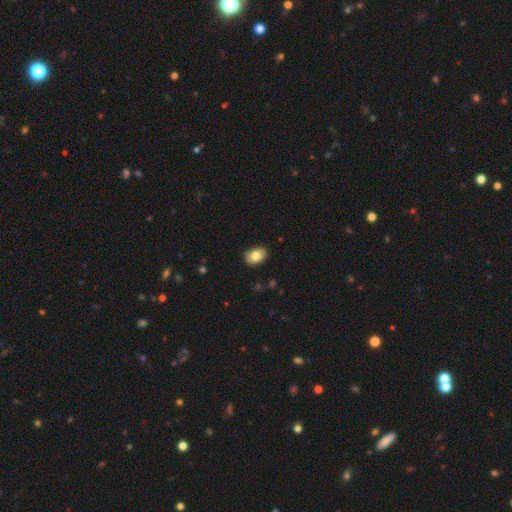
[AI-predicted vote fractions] Smooth or featured?
  - smooth: 81% *
  - featured or disk: 12%
  - star or artifact: 8%
How rounded?
  - in between: 75% *
  - round: 24%
  - cigar-shaped: 1%
Merging?
  - none: 86% *
  - minor disturbance: 11%
  - major disturbance: 2%
  - merger: 1%